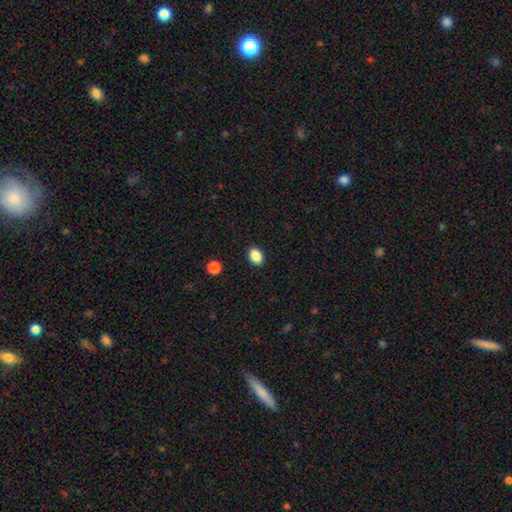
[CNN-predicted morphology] Overall: smooth (87%). How rounded: in between (76%). Merging: none (90%).